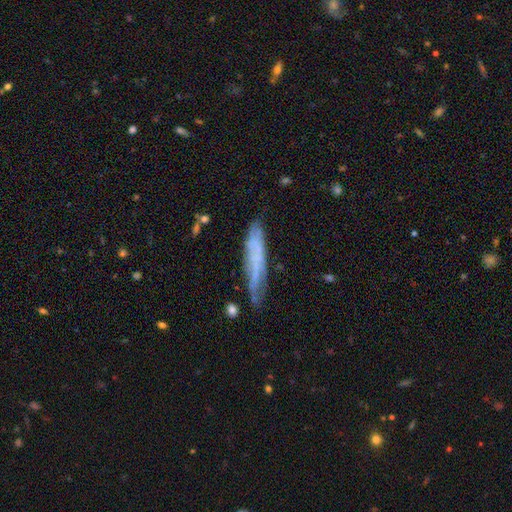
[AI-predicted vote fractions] Smooth or featured? Predicted: smooth (p=0.47). Merging? Predicted: none (p=0.66).